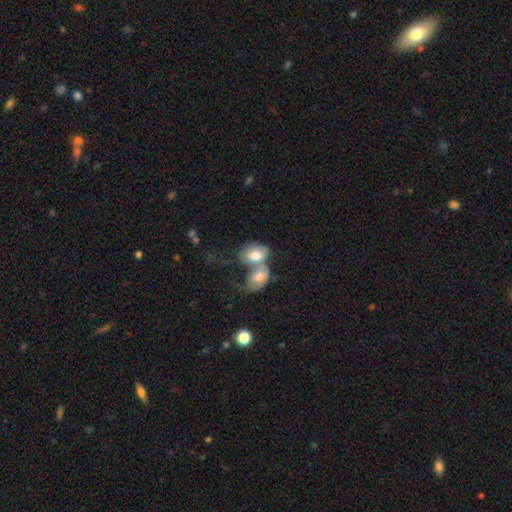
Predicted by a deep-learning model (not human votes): Overall: smooth (64%; featured or disk 29%). How rounded: in between (83%). Merging: merger (77%).